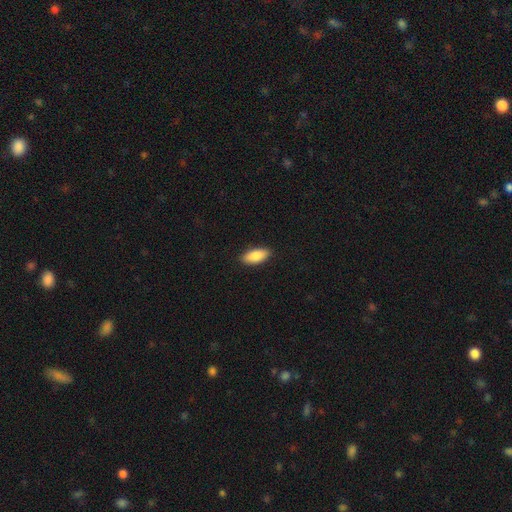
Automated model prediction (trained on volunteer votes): Q: Smooth or featured?
A: smooth (88%); runner-up: featured or disk (6%)
Q: How rounded?
A: in between (87%); runner-up: cigar-shaped (11%)
Q: Merging?
A: none (89%); runner-up: minor disturbance (8%)